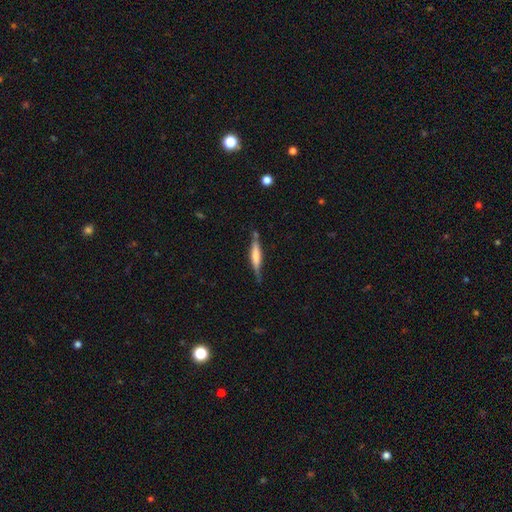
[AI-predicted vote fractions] This appears to be a smooth galaxy with no disk features (49%). Merging: none (72%).